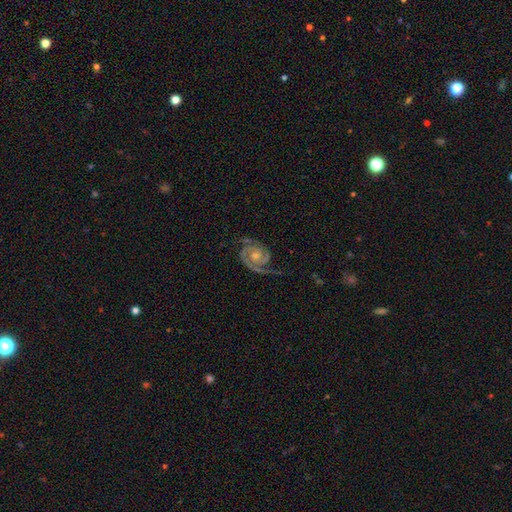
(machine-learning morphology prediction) This appears to be a featured or disk galaxy (91%) with no bar (68%), 2 (84%) tight (55%) spiral arms (98%) and a moderate central bulge (51%). Merging: none (74%).